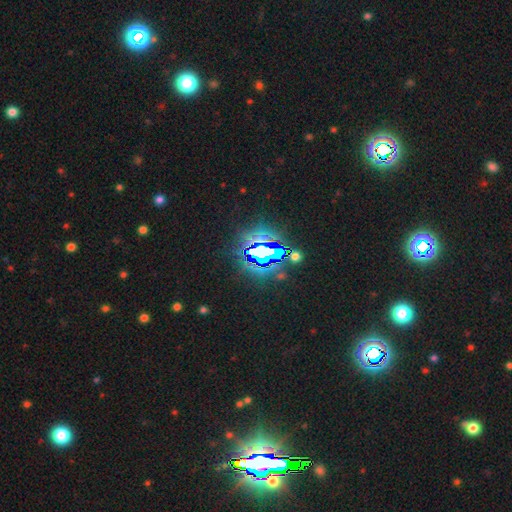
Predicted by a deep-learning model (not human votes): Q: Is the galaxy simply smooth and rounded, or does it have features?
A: star or artifact — 83%.